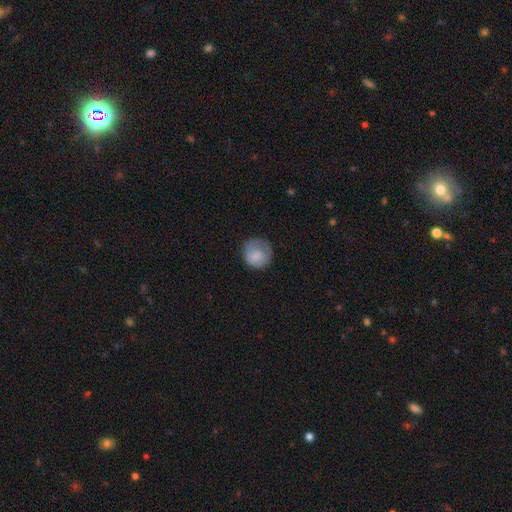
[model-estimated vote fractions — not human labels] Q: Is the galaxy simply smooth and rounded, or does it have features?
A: smooth — 76%.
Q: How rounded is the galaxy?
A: round — 86%.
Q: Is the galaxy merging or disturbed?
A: none — 63%.